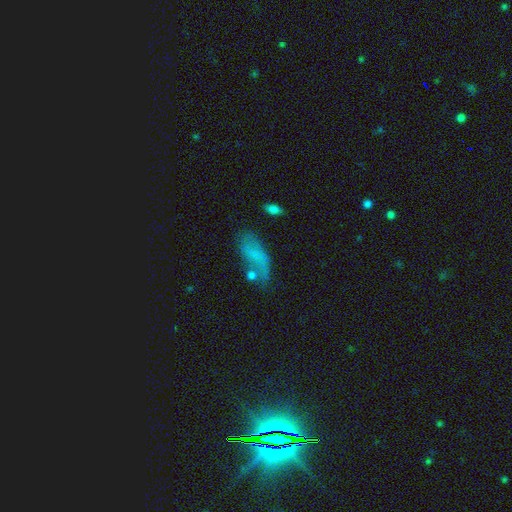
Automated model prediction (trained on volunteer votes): Smooth or featured? Predicted: smooth (p=0.55). How rounded? Predicted: in between (p=0.82). Merging? Predicted: none (p=0.41).